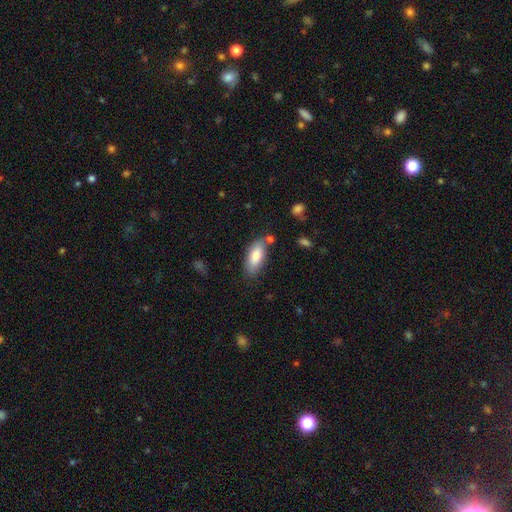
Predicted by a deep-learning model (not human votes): The model was most divided on "merging": none: 75%, minor disturbance: 16%, merger: 6%, major disturbance: 4%. More confident: how rounded — in between (84%); smooth or featured — smooth (82%).